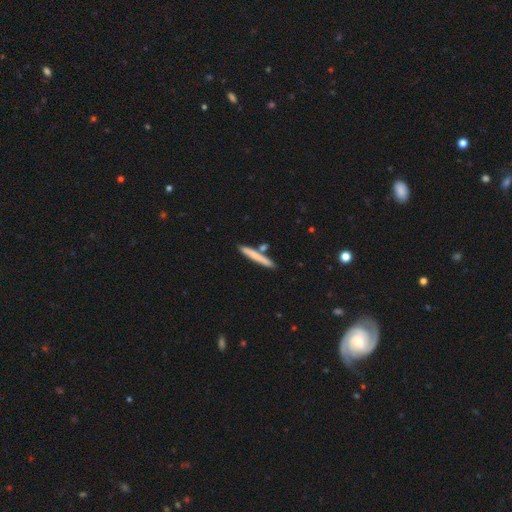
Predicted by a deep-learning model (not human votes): Smooth or featured? Predicted: smooth (p=0.71). How rounded? Predicted: cigar-shaped (p=0.95). Merging? Predicted: none (p=0.79).